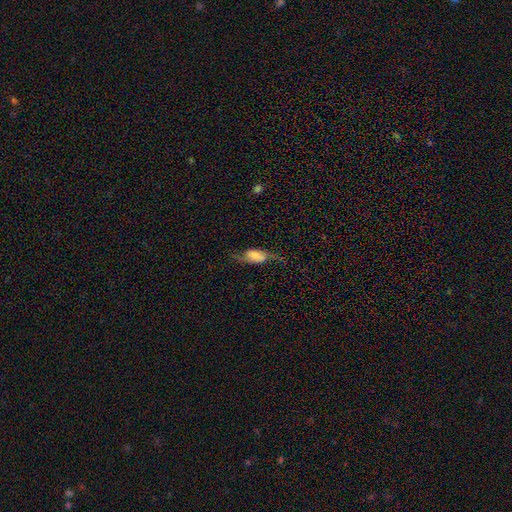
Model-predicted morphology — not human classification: The model was most divided on "smooth or featured": featured or disk: 51%, smooth: 40%, star or artifact: 9%. More confident: edge-on disk — no (76%); merging — none (56%).